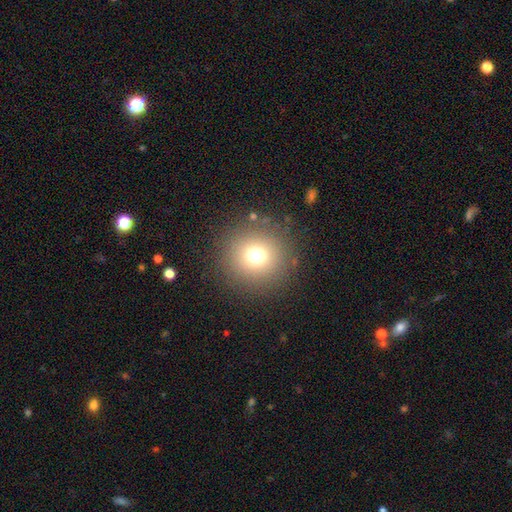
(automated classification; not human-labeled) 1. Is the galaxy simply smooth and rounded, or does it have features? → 70% smooth, 20% star or artifact, 10% featured or disk.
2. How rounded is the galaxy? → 95% round, 4% in between, 1% cigar-shaped.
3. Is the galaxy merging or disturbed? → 88% none, 6% minor disturbance, 4% major disturbance, 2% merger.